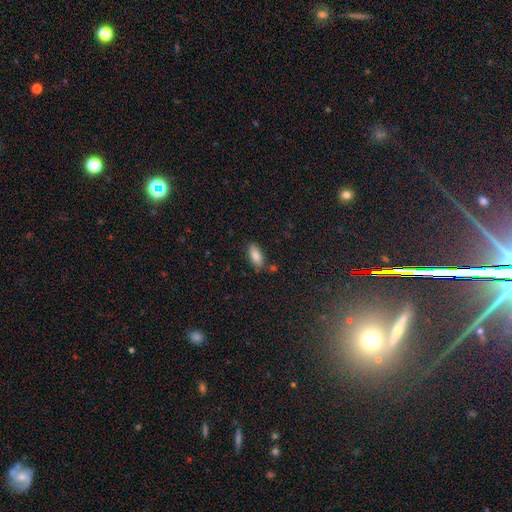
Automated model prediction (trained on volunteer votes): Smooth or featured? smooth (84%)
How rounded? in between (87%)
Merging? none (79%)